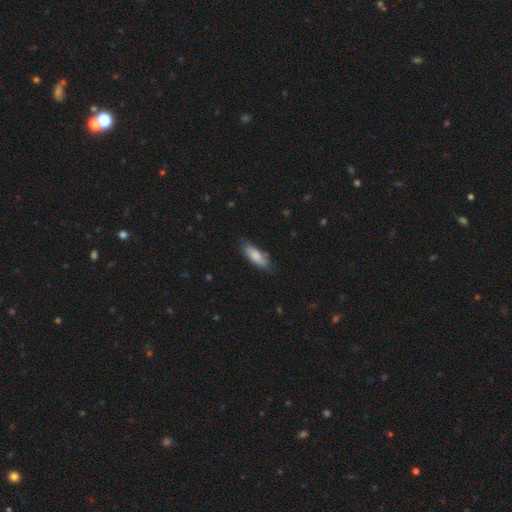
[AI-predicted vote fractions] Q: Smooth or featured?
A: smooth (77%); runner-up: featured or disk (17%)
Q: How rounded?
A: in between (67%); runner-up: cigar-shaped (31%)
Q: Merging?
A: none (75%); runner-up: minor disturbance (20%)